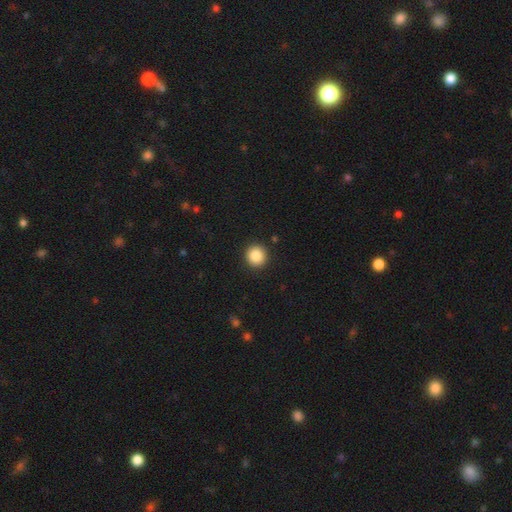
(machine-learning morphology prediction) A smooth galaxy with no disk features (87%) that is round (93%).

Vote fractions:
- Smooth or featured? smooth: 87% / star or artifact: 9% / featured or disk: 4%
- How rounded? round: 93% / in between: 6% / cigar-shaped: 1%
- Merging? none: 92% / minor disturbance: 5% / major disturbance: 2% / merger: 1%